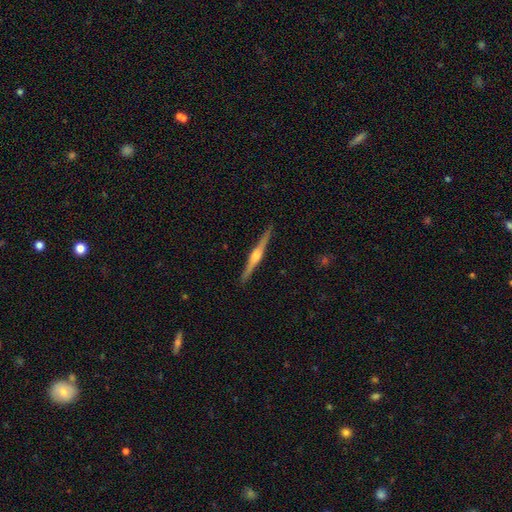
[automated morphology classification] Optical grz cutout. It shows a featured or disk galaxy (83%) viewed edge-on (99%) with a rounded central bulge (88%). Merging: none (93%).